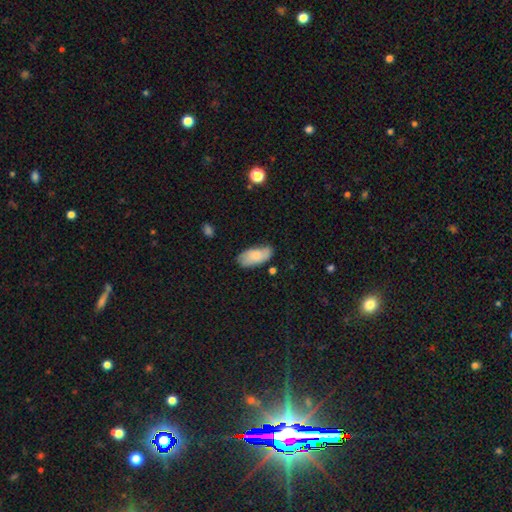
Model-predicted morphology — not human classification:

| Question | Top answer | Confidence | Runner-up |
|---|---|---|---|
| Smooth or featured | smooth | 77% | featured or disk (17%) |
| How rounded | in between | 92% | cigar-shaped (6%) |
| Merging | none | 70% | minor disturbance (23%) |